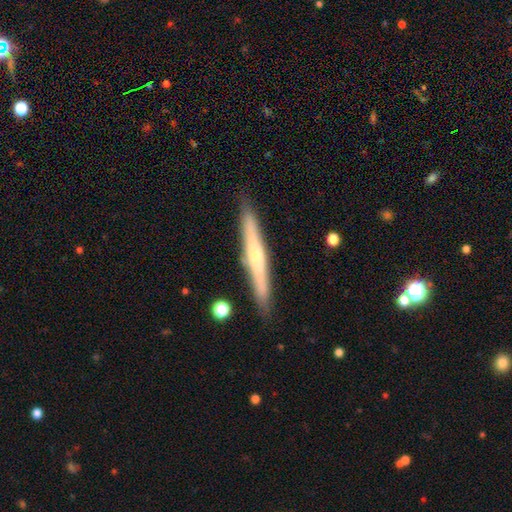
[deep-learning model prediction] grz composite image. It shows a featured or disk galaxy (60%) viewed edge-on (95%) with a rounded central bulge (62%). Merging: none (88%).